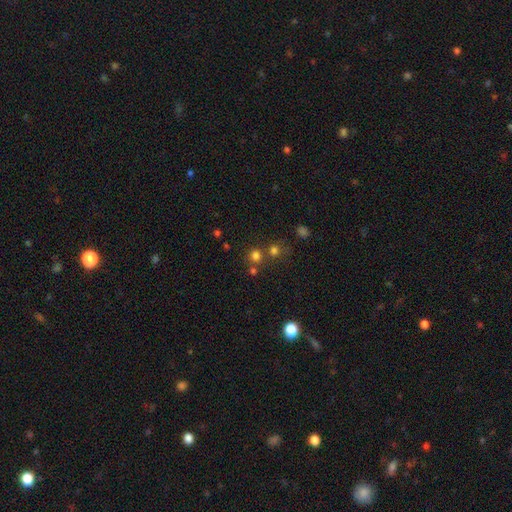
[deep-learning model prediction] smooth_or_featured: smooth (p=0.71) [alt: star or artifact p=0.23]
how_rounded: round (p=0.90) [alt: in between p=0.09]
merging: none (p=0.67) [alt: merger p=0.23]